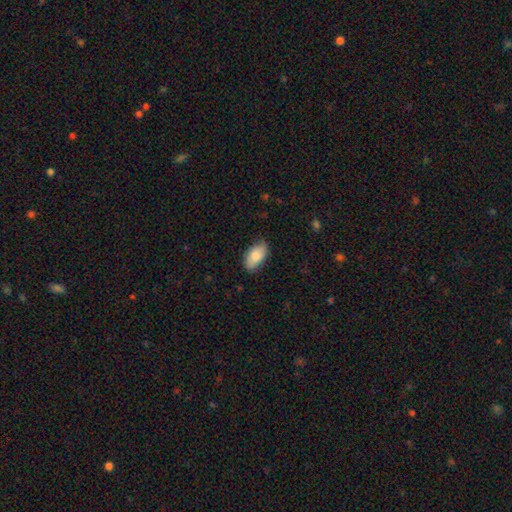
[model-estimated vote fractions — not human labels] The model was most divided on "merging": none: 78%, minor disturbance: 18%, major disturbance: 3%, merger: 1%. More confident: how rounded — in between (94%); smooth or featured — smooth (79%).